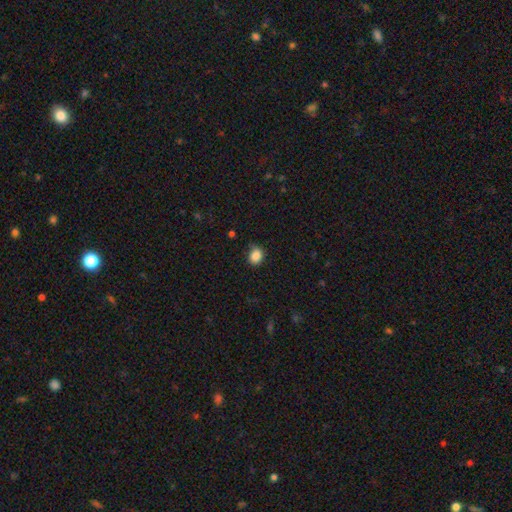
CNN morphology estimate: This is clearly a smooth galaxy (86%). How rounded: possibly round (51%). Merging: likely none (73%).